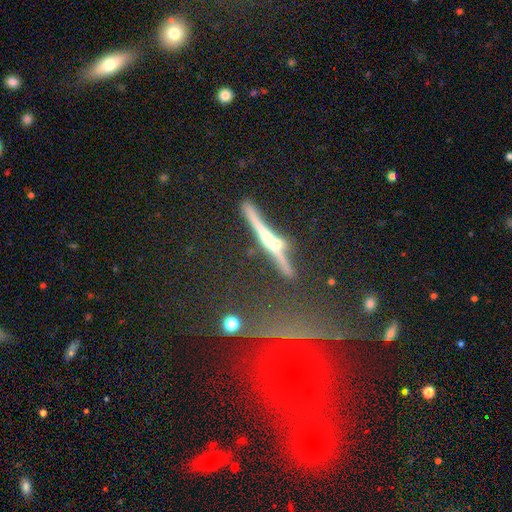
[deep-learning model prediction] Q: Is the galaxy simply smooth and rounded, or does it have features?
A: featured or disk — 50%.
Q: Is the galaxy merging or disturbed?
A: none — 75%.